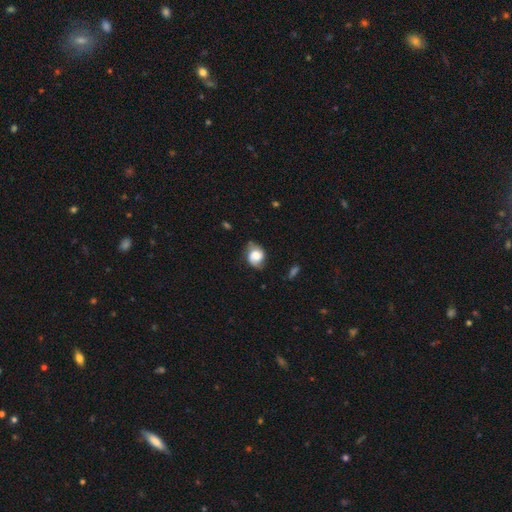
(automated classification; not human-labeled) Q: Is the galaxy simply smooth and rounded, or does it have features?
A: smooth — 57%.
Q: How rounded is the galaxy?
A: round — 53%.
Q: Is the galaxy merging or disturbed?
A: none — 56%.